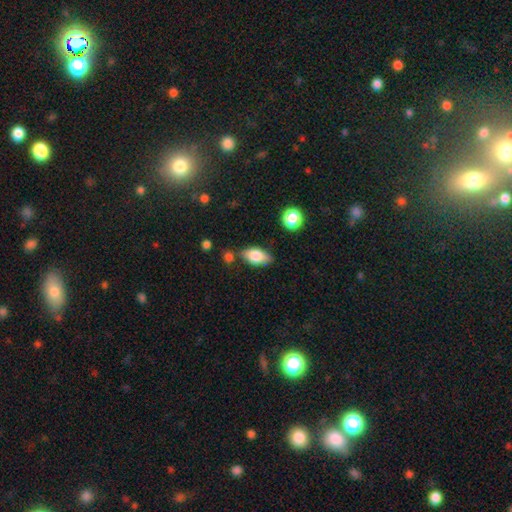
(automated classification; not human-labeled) Overall: smooth (73%). How rounded: in between (87%). Merging: none (69%).